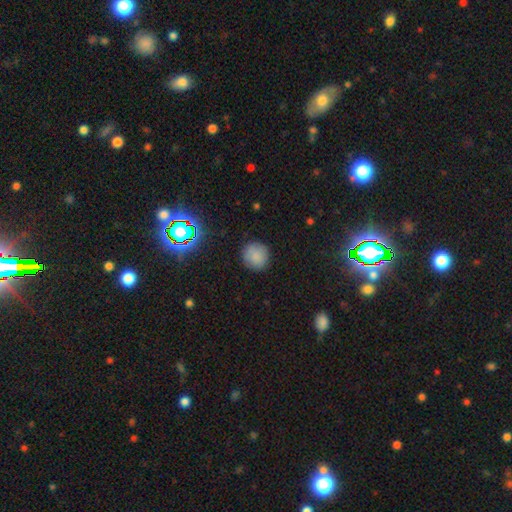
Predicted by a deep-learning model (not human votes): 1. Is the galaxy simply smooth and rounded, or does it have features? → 82% smooth, 12% star or artifact, 6% featured or disk.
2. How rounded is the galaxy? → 93% round, 6% in between, 1% cigar-shaped.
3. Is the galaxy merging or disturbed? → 87% none, 9% minor disturbance, 3% major disturbance, 1% merger.